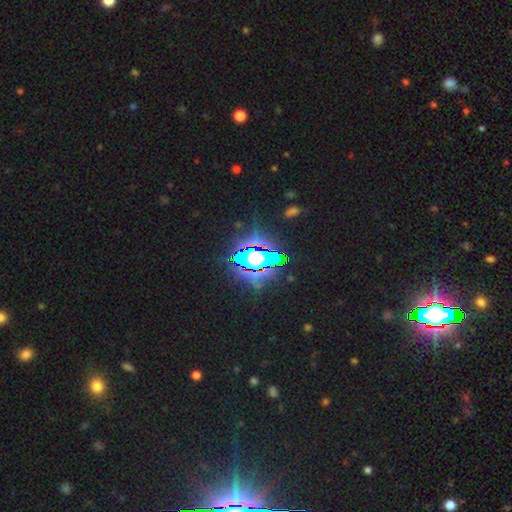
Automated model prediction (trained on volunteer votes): A star or artifact, not a galaxy (65%).